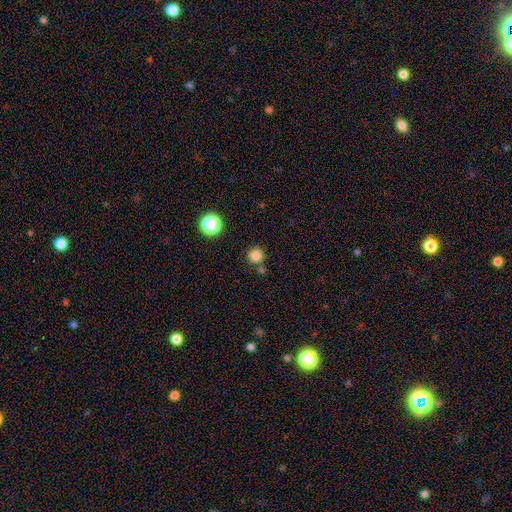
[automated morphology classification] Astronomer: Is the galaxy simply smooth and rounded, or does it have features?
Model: smooth — 81%.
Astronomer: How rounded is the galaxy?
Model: round — 94%.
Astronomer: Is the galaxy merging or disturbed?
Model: none — 78%.